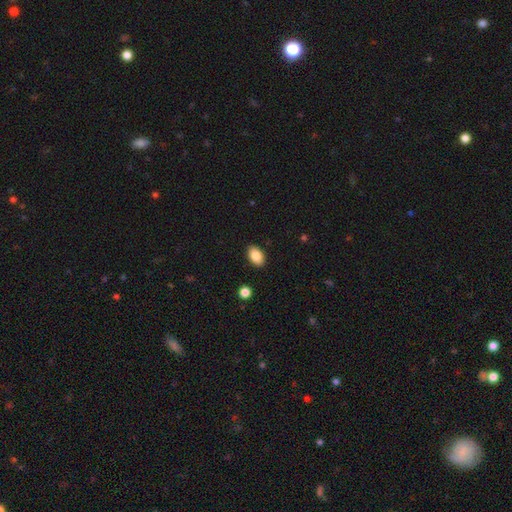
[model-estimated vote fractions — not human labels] Overall: smooth (87%). How rounded: in between (89%). Merging: none (89%).